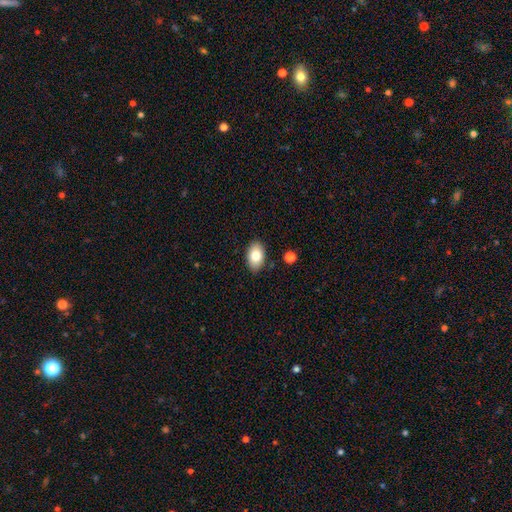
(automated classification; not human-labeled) smooth 82%, featured or disk 11%, star or artifact 7%. Down the decision tree: how rounded — in between (91%); merging — none (87%).